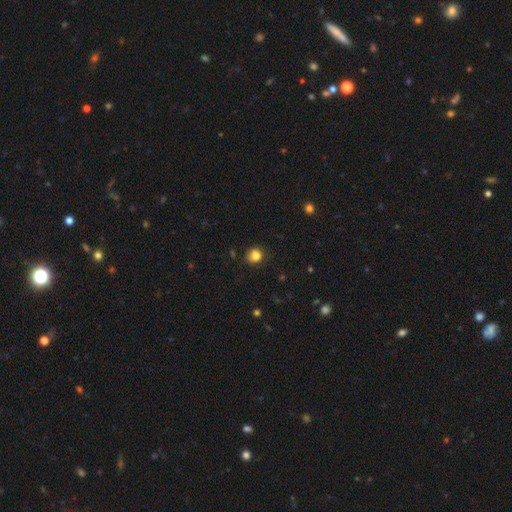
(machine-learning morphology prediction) Smooth or featured? Predicted: smooth (p=0.83). How rounded? Predicted: round (p=0.82). Merging? Predicted: none (p=0.82).